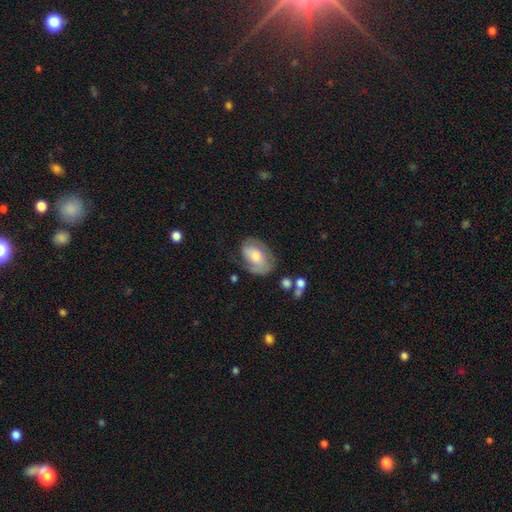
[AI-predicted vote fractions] This appears to be a smooth galaxy with no disk features (46%, tied with featured or disk). Merging: none (54%).